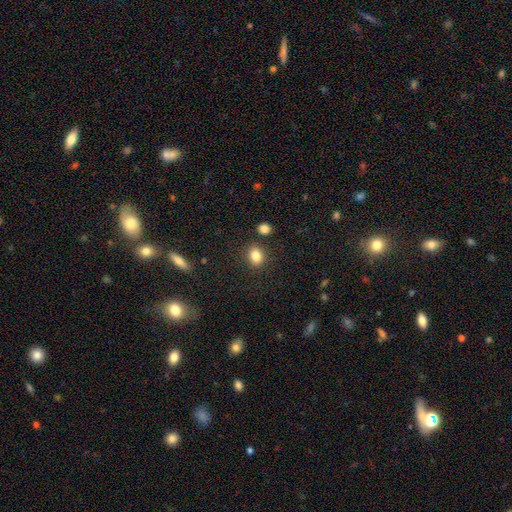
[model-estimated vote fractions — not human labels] Q: Smooth or featured?
A: smooth (84%); runner-up: star or artifact (10%)
Q: How rounded?
A: round (51%); runner-up: in between (48%)
Q: Merging?
A: none (82%); runner-up: minor disturbance (9%)